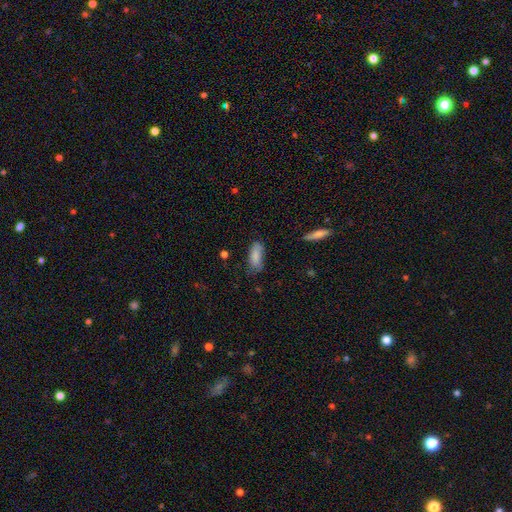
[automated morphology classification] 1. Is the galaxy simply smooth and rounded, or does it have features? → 85% smooth, 9% featured or disk, 7% star or artifact.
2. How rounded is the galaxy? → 79% in between, 19% cigar-shaped, 2% round.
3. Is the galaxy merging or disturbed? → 67% none, 25% minor disturbance, 6% major disturbance, 2% merger.